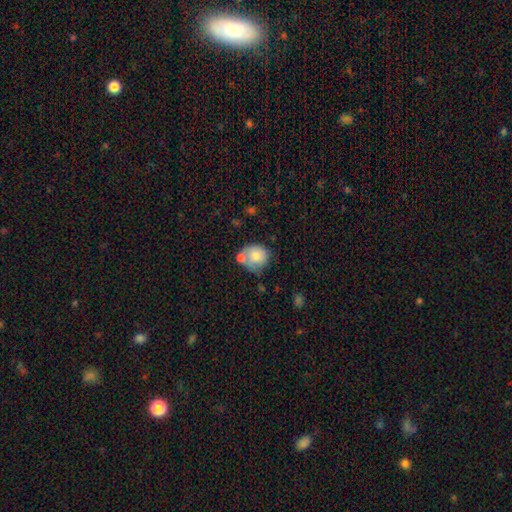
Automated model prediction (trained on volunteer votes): Smooth or featured: smooth — 75% (featured or disk — 18%)
How rounded: round — 71% (in between — 28%)
Merging: none — 42% (merger — 33%)